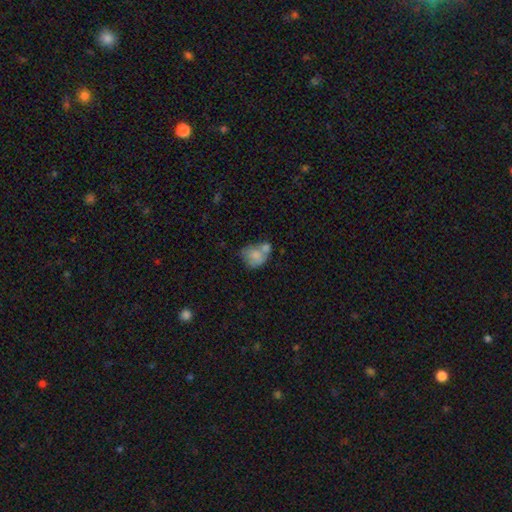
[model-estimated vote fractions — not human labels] Smooth or featured: smooth — 71% (featured or disk — 21%)
How rounded: round — 51% (in between — 48%)
Merging: merger — 52% (none — 23%)